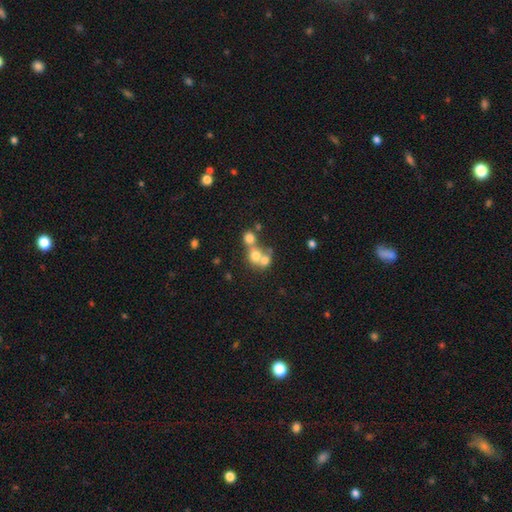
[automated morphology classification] Smooth or featured: smooth — 65% (featured or disk — 20%)
How rounded: round — 78% (in between — 21%)
Merging: merger — 59% (none — 31%)